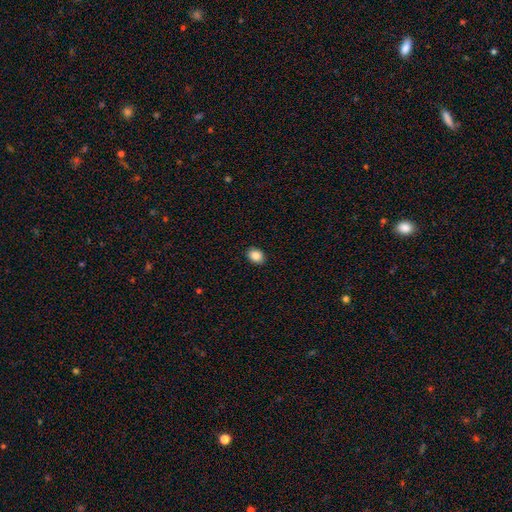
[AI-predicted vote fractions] smooth_or_featured: smooth (p=0.87) [alt: star or artifact p=0.08]
how_rounded: in between (p=0.64) [alt: round p=0.35]
merging: none (p=0.91) [alt: minor disturbance p=0.07]